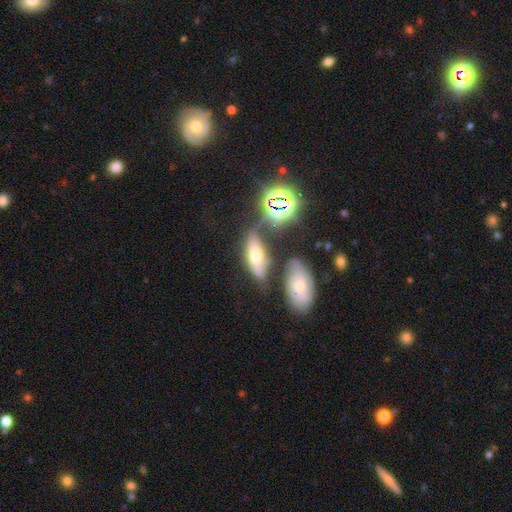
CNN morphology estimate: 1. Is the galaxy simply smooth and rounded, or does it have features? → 45% smooth, 33% featured or disk, 22% star or artifact.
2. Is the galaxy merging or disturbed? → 51% none, 21% minor disturbance, 17% merger, 12% major disturbance.